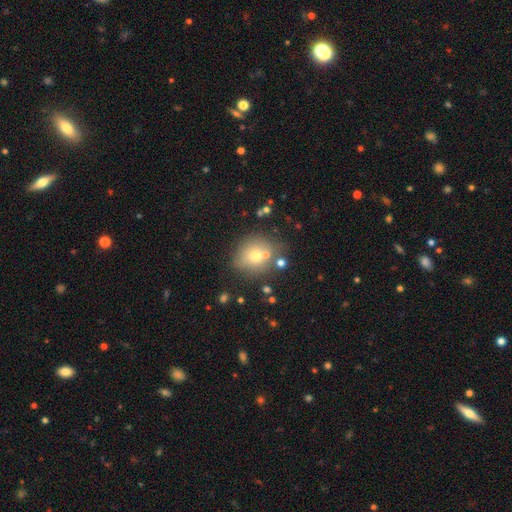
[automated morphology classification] smooth 66%, featured or disk 18%, star or artifact 16%. Down the decision tree: how rounded — round (80%); merging — none (64%).